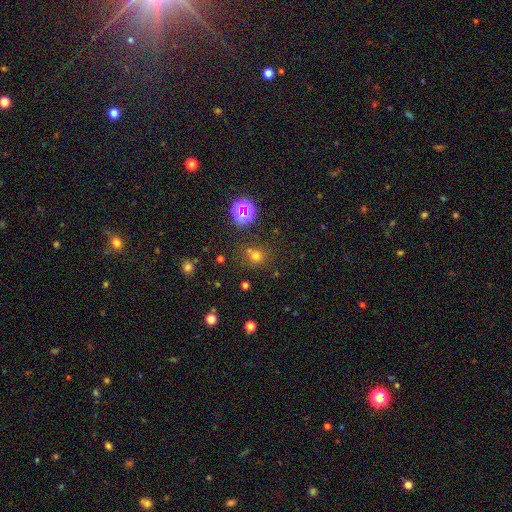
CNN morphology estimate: Smooth or featured? smooth (64%)
How rounded? round (89%)
Merging? none (71%)